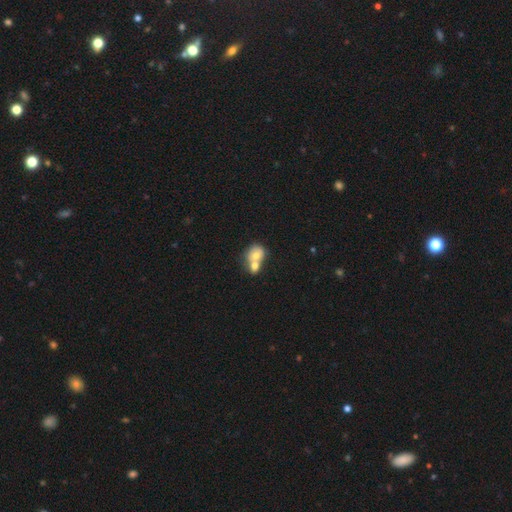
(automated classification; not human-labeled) smooth 65%, featured or disk 26%, star or artifact 8%. Down the decision tree: how rounded — round (59%); merging — merger (72%).